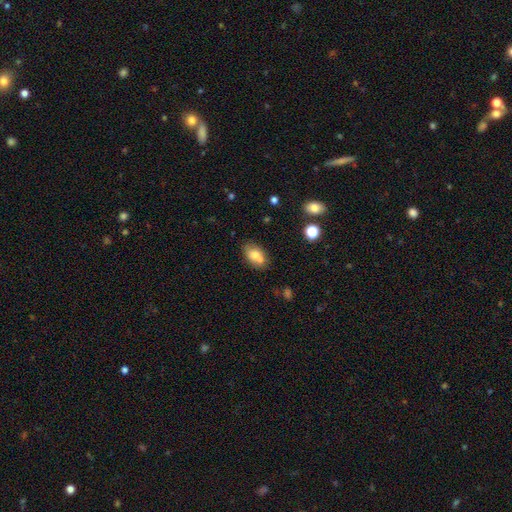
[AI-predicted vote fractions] Smooth or featured? smooth (72%)
How rounded? in between (80%)
Merging? none (49%)